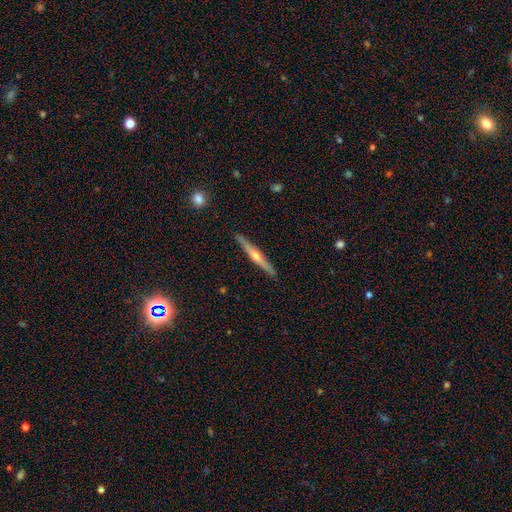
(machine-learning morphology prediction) The model was most divided on "smooth or featured": featured or disk: 73%, smooth: 21%, star or artifact: 6%. More confident: edge-on disk — yes (98%); merging — none (91%); edge-on bulge — rounded (88%).